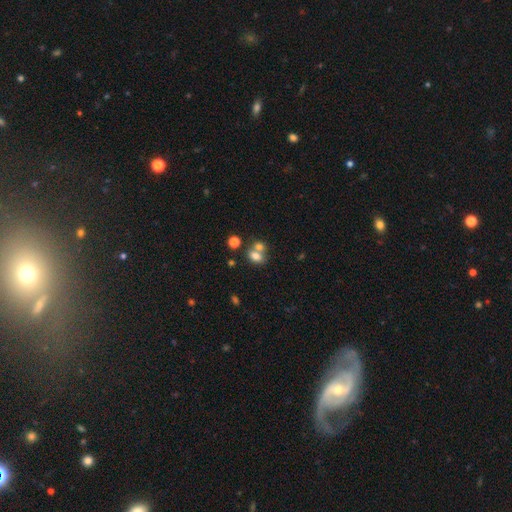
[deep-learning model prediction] Q: Smooth or featured?
A: smooth (75%); runner-up: featured or disk (13%)
Q: How rounded?
A: in between (70%); runner-up: round (29%)
Q: Merging?
A: merger (49%); runner-up: none (37%)